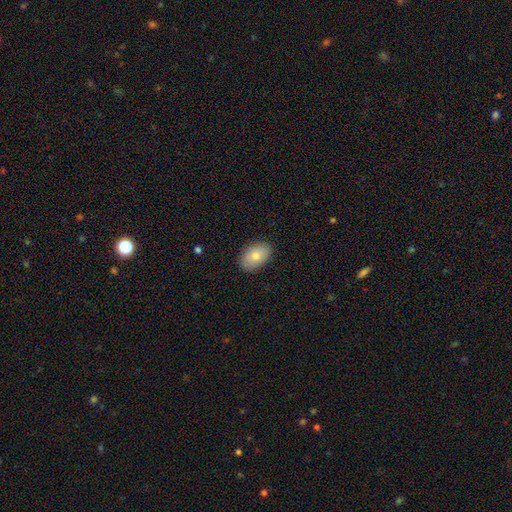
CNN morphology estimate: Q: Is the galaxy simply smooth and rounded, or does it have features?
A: smooth — 79%.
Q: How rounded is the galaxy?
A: in between — 89%.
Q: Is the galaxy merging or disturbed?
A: none — 87%.